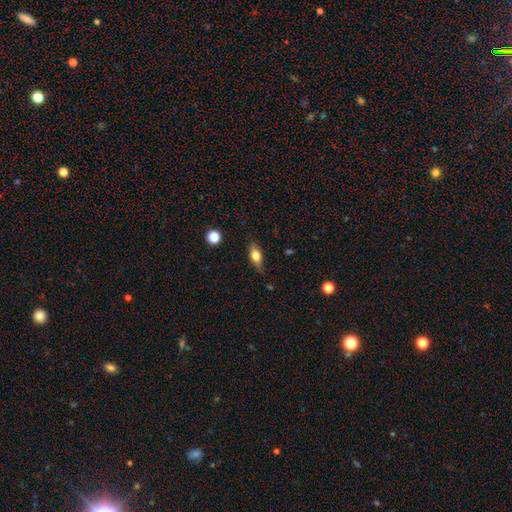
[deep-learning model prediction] Q: Smooth or featured?
A: smooth (69%); runner-up: featured or disk (23%)
Q: How rounded?
A: in between (74%); runner-up: cigar-shaped (19%)
Q: Merging?
A: none (76%); runner-up: minor disturbance (18%)